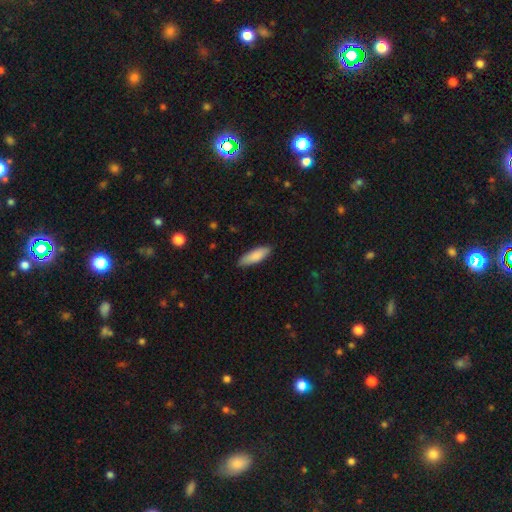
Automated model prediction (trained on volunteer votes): This is clearly a smooth galaxy (86%). How rounded: possibly in between (54%). Merging: clearly none (86%).